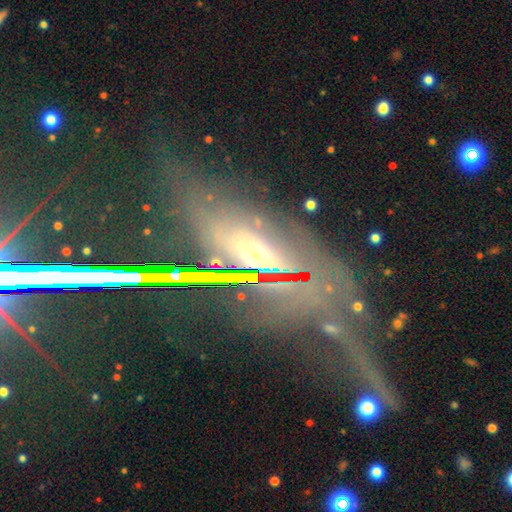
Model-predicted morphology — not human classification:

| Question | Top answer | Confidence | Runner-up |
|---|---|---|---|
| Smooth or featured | featured or disk | 44% | smooth (29%) |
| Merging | none | 58% | minor disturbance (19%) |